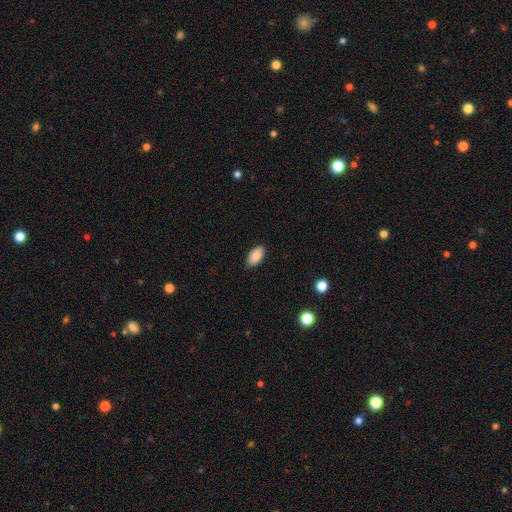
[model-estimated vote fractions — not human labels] Morphology: type=smooth (88%); roundness=in between (94%); merging=none (88%).